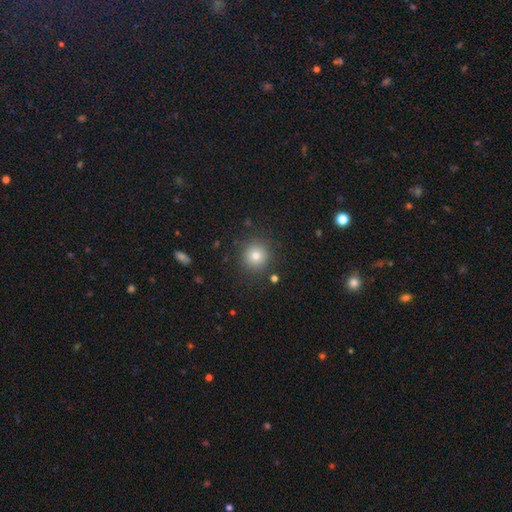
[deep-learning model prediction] A smooth galaxy with no disk features (78%) that is round (92%).

Vote fractions:
- Smooth or featured? smooth: 78% / star or artifact: 13% / featured or disk: 8%
- How rounded? round: 92% / in between: 7% / cigar-shaped: 1%
- Merging? none: 87% / minor disturbance: 8% / major disturbance: 3% / merger: 2%